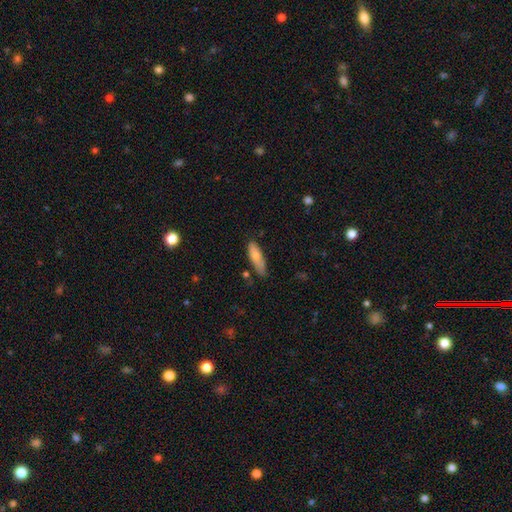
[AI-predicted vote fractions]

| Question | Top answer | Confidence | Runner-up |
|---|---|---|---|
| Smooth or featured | smooth | 77% | featured or disk (17%) |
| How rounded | cigar-shaped | 50% | in between (48%) |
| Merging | none | 65% | minor disturbance (27%) |